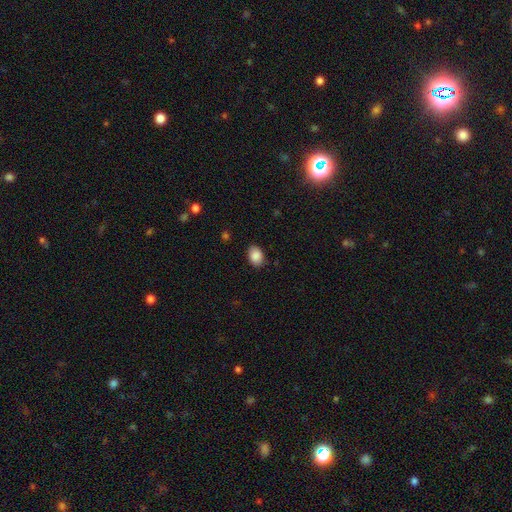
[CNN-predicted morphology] Overall: smooth (88%). How rounded: in between (72%). Merging: none (83%).